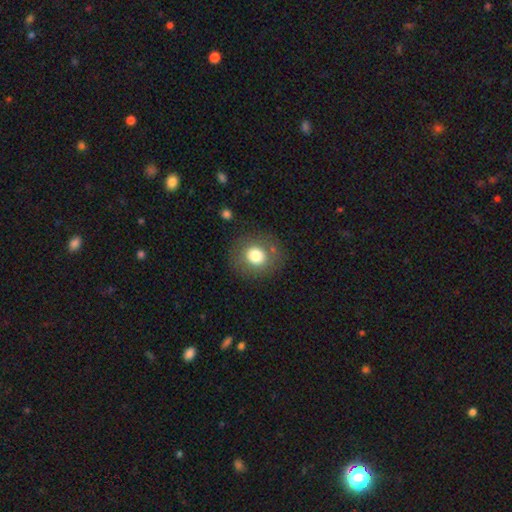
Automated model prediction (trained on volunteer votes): Q: Smooth or featured?
A: smooth (75%); runner-up: featured or disk (14%)
Q: How rounded?
A: round (80%); runner-up: in between (19%)
Q: Merging?
A: none (82%); runner-up: minor disturbance (10%)